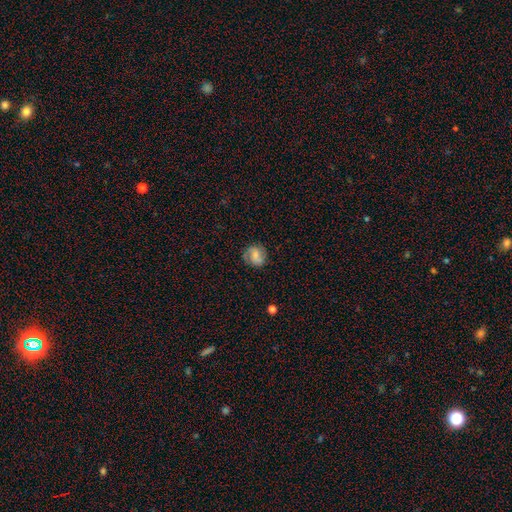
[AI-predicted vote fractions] Overall: smooth (51%; featured or disk 40%). How rounded: round (78%). Merging: none (76%).